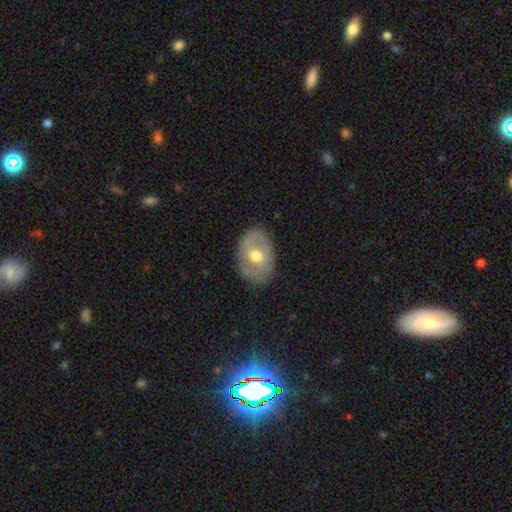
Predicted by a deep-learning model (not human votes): Q: Smooth or featured?
A: featured or disk (55%); runner-up: smooth (38%)
Q: Edge-on disk?
A: no (92%); runner-up: yes (8%)
Q: Bar?
A: no (55%); runner-up: weak (33%)
Q: Spiral arms?
A: no (63%); runner-up: yes (37%)
Q: Bulge size?
A: moderate (78%); runner-up: small (12%)
Q: Merging?
A: none (82%); runner-up: minor disturbance (14%)